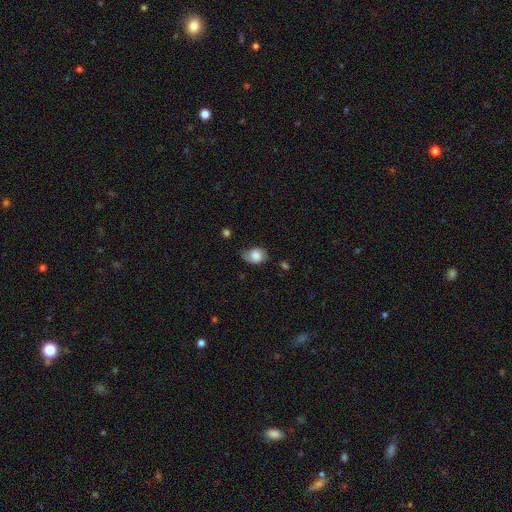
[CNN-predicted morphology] type=smooth (70%); roundness=in between (66%); merging=none (51%).